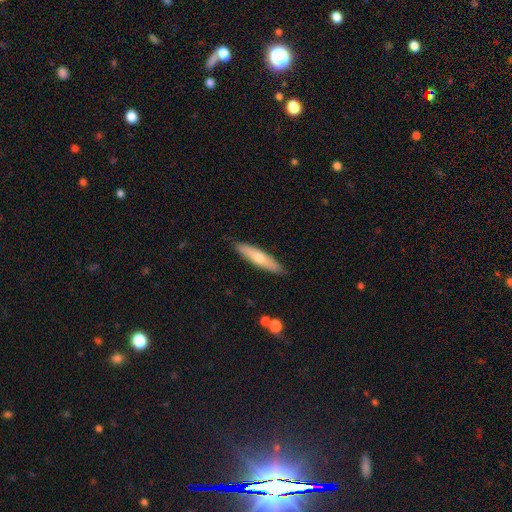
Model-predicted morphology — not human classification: The model was most divided on "smooth or featured": smooth: 53%, featured or disk: 39%, star or artifact: 8%. More confident: merging — none (89%); how rounded — cigar-shaped (82%).